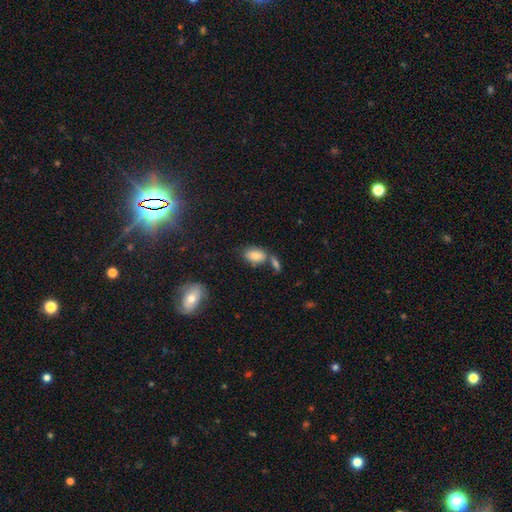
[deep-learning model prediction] Morphology: type=smooth (83%); roundness=in between (91%); merging=none (55%).